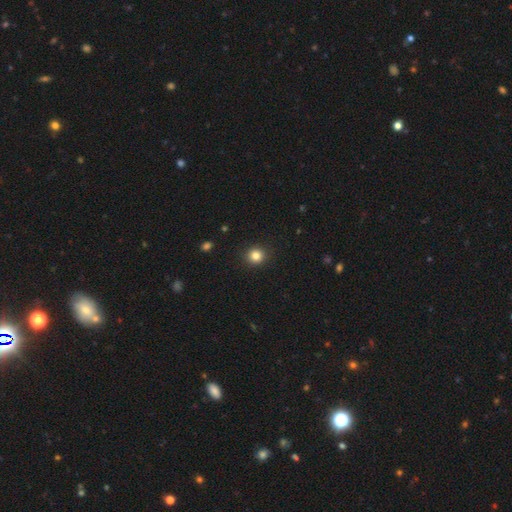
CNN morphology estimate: smooth 84%, star or artifact 12%, featured or disk 5%. Down the decision tree: how rounded — round (89%); merging — none (91%).